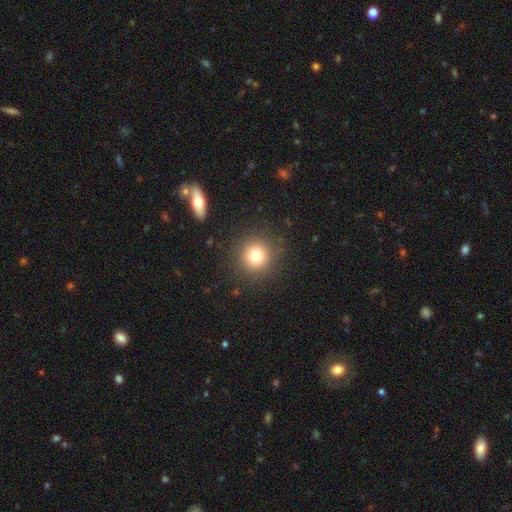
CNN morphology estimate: This is likely a smooth galaxy (78%). How rounded: clearly round (94%). Merging: clearly none (89%).